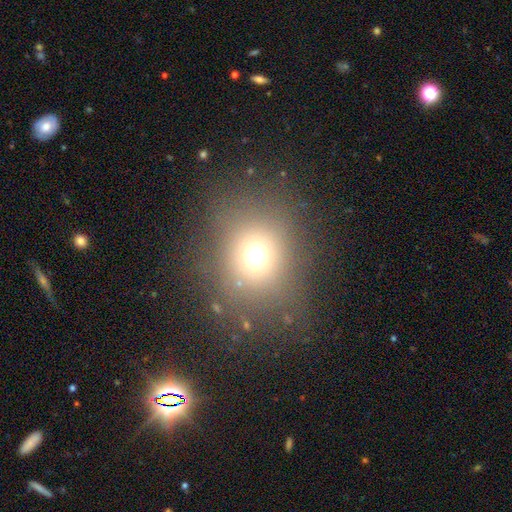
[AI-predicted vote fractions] Smooth or featured? smooth (66%)
How rounded? round (77%)
Merging? none (80%)